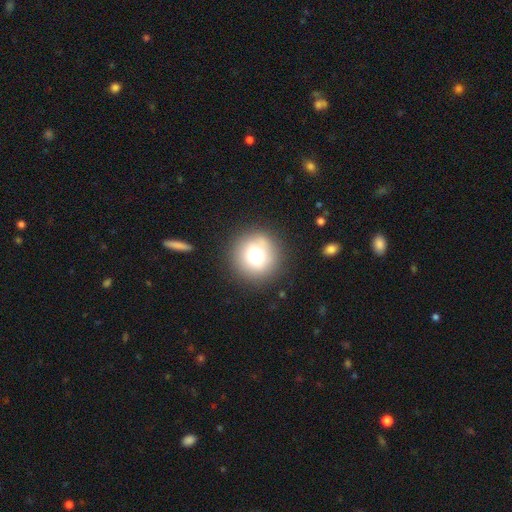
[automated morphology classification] Smooth or featured: smooth — 74% (star or artifact — 14%)
How rounded: round — 95% (in between — 4%)
Merging: none — 87% (minor disturbance — 8%)